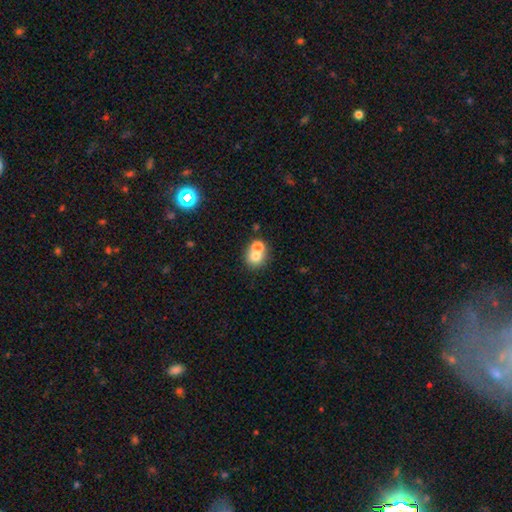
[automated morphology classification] Smooth or featured: smooth — 70% (featured or disk — 18%)
How rounded: round — 79% (in between — 21%)
Merging: merger — 51% (none — 39%)